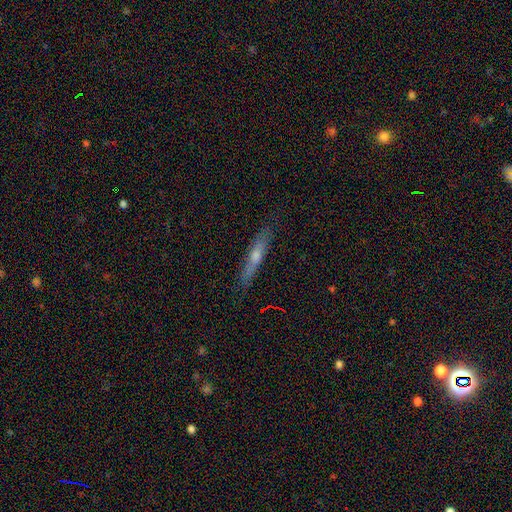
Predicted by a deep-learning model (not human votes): Smooth or featured?
  - featured or disk: 52% *
  - smooth: 40%
  - star or artifact: 8%
Edge-on disk?
  - yes: 90% *
  - no: 10%
Merging?
  - none: 84% *
  - minor disturbance: 13%
  - major disturbance: 2%
  - merger: 1%